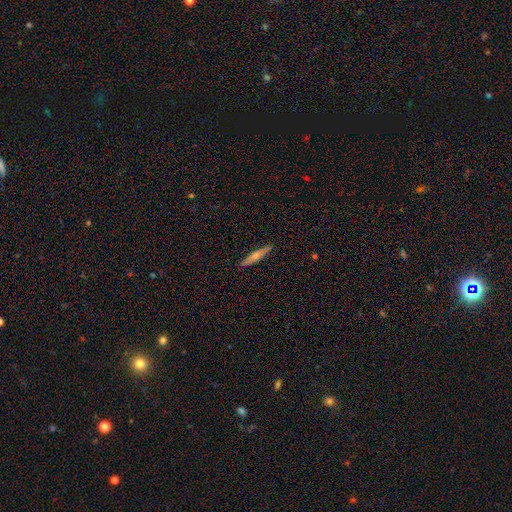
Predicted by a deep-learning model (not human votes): Q: Smooth or featured?
A: featured or disk (51%); runner-up: smooth (43%)
Q: Edge-on disk?
A: yes (95%); runner-up: no (5%)
Q: Merging?
A: none (91%); runner-up: minor disturbance (7%)